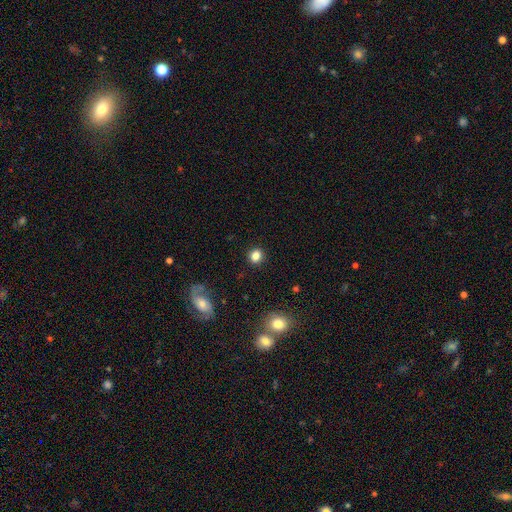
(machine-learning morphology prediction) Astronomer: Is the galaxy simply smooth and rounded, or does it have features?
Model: smooth — 83%.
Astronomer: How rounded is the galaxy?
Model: round — 79%.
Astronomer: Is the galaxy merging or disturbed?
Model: none — 90%.